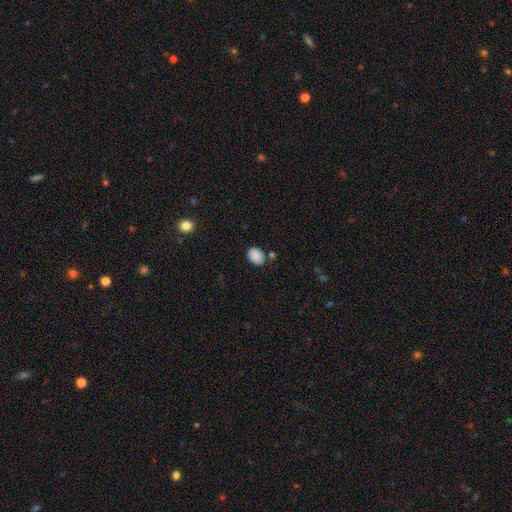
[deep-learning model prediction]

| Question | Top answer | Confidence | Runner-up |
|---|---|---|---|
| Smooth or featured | smooth | 88% | star or artifact (8%) |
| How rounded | in between | 66% | round (33%) |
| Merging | none | 76% | minor disturbance (14%) |